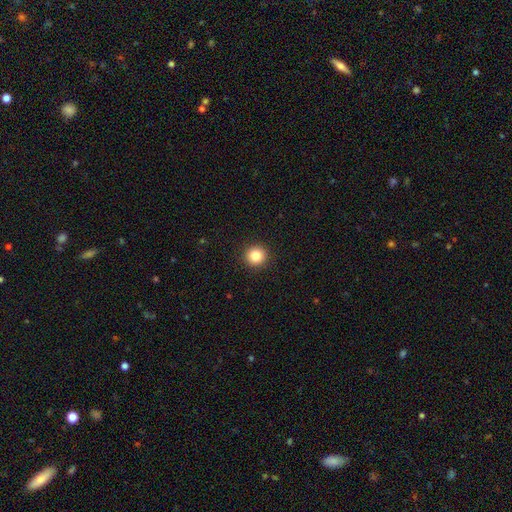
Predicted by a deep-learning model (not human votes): Overall: smooth (84%). How rounded: round (95%). Merging: none (93%).